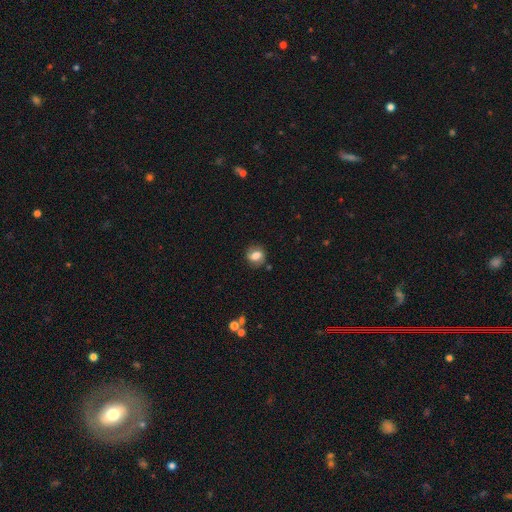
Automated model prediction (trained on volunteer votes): Q: Smooth or featured?
A: smooth (65%); runner-up: featured or disk (26%)
Q: How rounded?
A: round (66%); runner-up: in between (33%)
Q: Merging?
A: none (79%); runner-up: minor disturbance (14%)